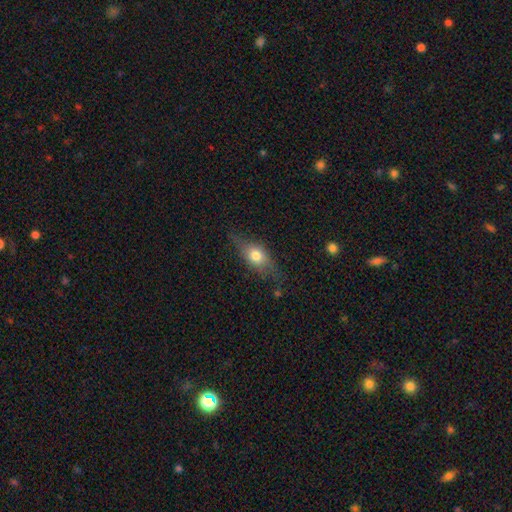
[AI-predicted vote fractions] Morphology: type=smooth (58%); roundness=in between (64%); merging=none (69%).